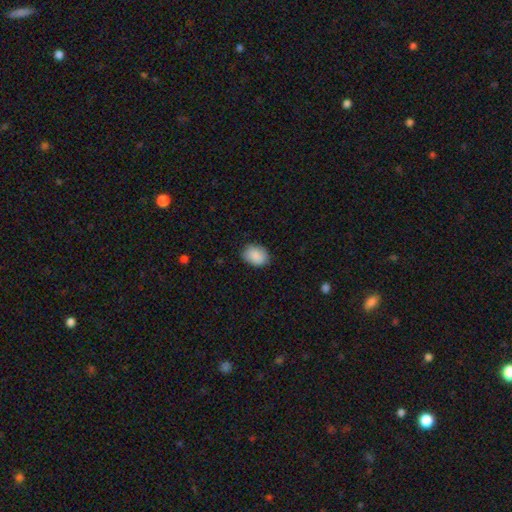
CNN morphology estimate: smooth_or_featured: smooth (p=0.89) [alt: star or artifact p=0.07]
how_rounded: in between (p=0.60) [alt: round p=0.39]
merging: none (p=0.81) [alt: minor disturbance p=0.16]